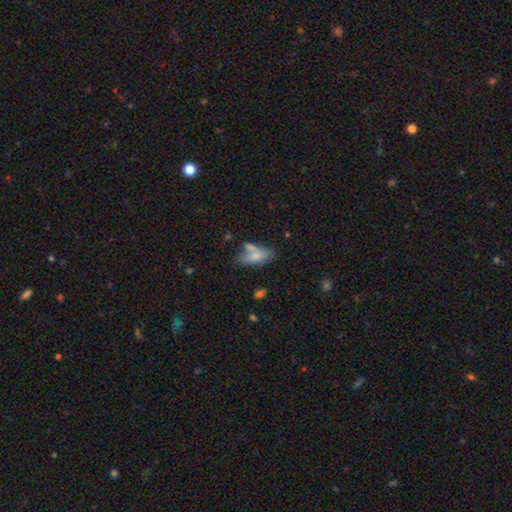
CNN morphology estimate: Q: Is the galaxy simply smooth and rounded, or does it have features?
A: smooth — 72%.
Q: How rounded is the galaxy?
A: in between — 75%.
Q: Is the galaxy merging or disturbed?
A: none — 47%.